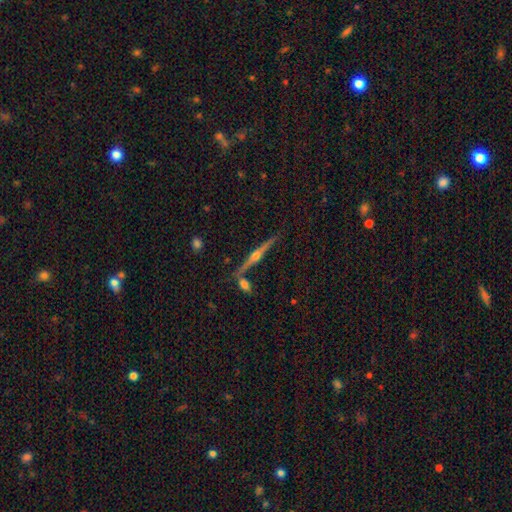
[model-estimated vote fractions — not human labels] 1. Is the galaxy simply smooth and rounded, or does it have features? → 82% featured or disk, 11% smooth, 6% star or artifact.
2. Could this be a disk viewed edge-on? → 98% yes, 2% no.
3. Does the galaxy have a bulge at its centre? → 95% rounded, 3% none, 3% boxy.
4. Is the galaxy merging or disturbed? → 81% none, 9% merger, 8% minor disturbance, 2% major disturbance.